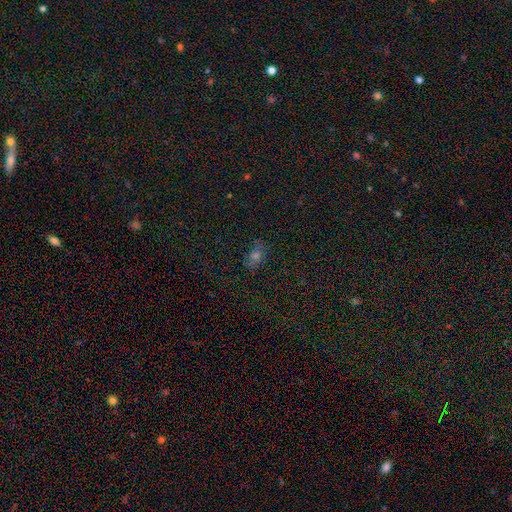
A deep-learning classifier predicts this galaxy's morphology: This is possibly a smooth galaxy (58%). How rounded: likely in between (71%). Merging: likely none (76%).